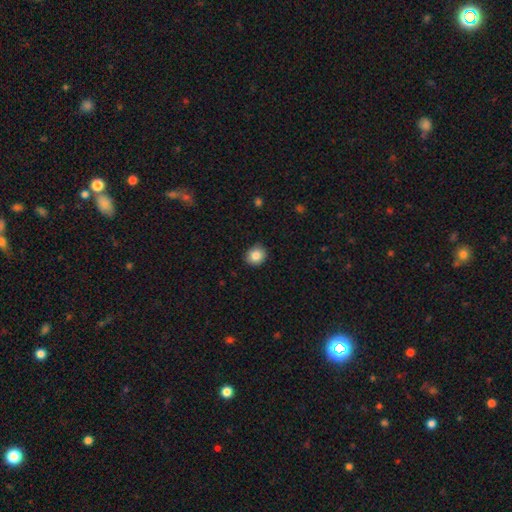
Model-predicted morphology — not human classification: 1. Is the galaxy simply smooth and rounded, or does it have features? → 84% smooth, 9% star or artifact, 6% featured or disk.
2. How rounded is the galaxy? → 81% round, 18% in between, 1% cigar-shaped.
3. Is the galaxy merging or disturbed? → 88% none, 9% minor disturbance, 2% major disturbance, 1% merger.